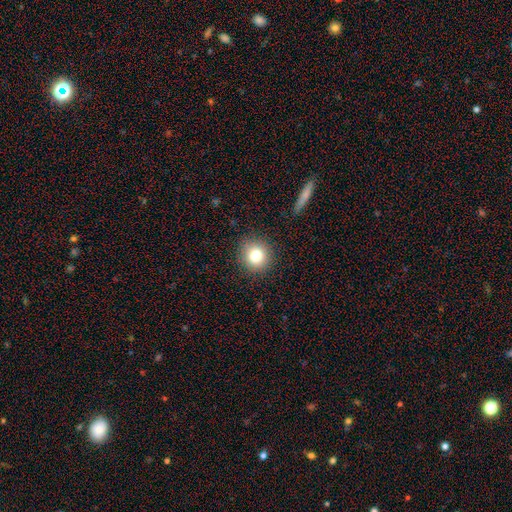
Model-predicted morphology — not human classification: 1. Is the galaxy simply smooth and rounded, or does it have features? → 79% smooth, 11% star or artifact, 10% featured or disk.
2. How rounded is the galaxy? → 91% round, 8% in between, 1% cigar-shaped.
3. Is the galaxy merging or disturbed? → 89% none, 7% minor disturbance, 3% major disturbance, 1% merger.